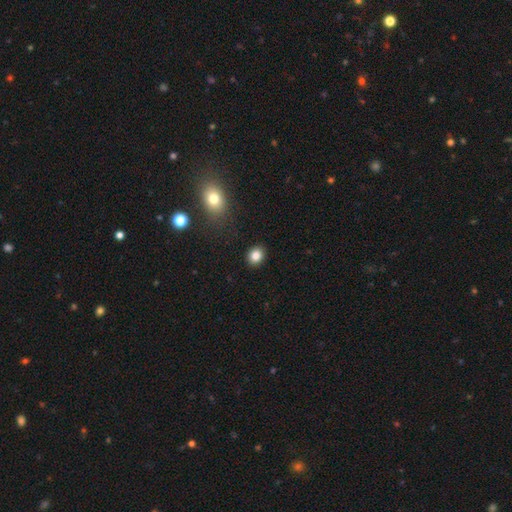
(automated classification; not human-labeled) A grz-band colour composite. It shows a smooth galaxy with no disk features (83%) that is round (63%). Merging: none (90%).